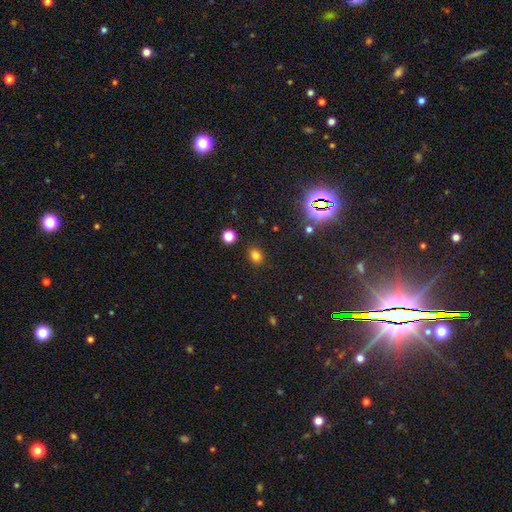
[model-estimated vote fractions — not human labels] Q: Smooth or featured?
A: smooth (78%); runner-up: star or artifact (18%)
Q: How rounded?
A: round (61%); runner-up: in between (38%)
Q: Merging?
A: none (86%); runner-up: minor disturbance (9%)